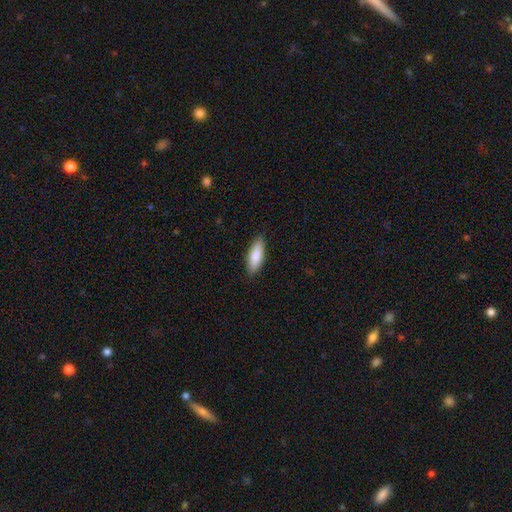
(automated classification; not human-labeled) This is likely a smooth galaxy (80%). How rounded: likely in between (61%). Merging: clearly none (88%).